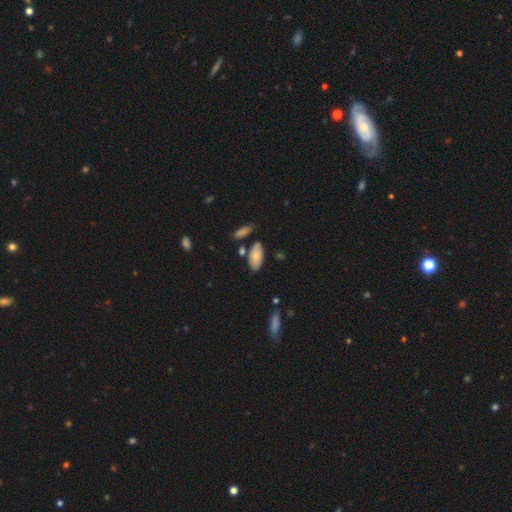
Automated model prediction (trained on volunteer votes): A smooth galaxy with no disk features (74%) that is in between round and cigar-shaped (91%).

Vote fractions:
- Smooth or featured? smooth: 74% / featured or disk: 19% / star or artifact: 7%
- How rounded? in between: 91% / cigar-shaped: 6% / round: 3%
- Merging? none: 69% / minor disturbance: 17% / merger: 9% / major disturbance: 4%